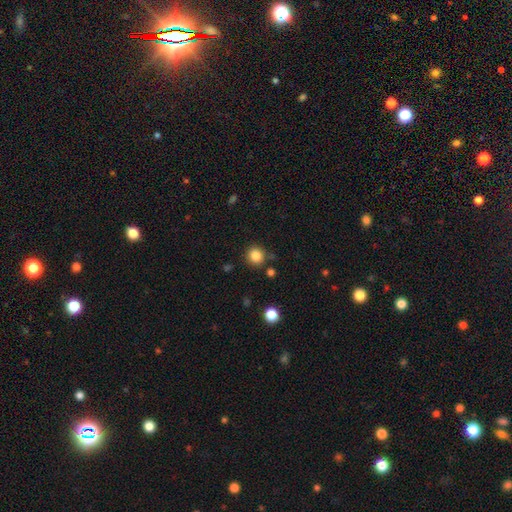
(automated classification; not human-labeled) Smooth or featured: smooth — 85% (star or artifact — 11%)
How rounded: round — 91% (in between — 8%)
Merging: none — 84% (minor disturbance — 9%)